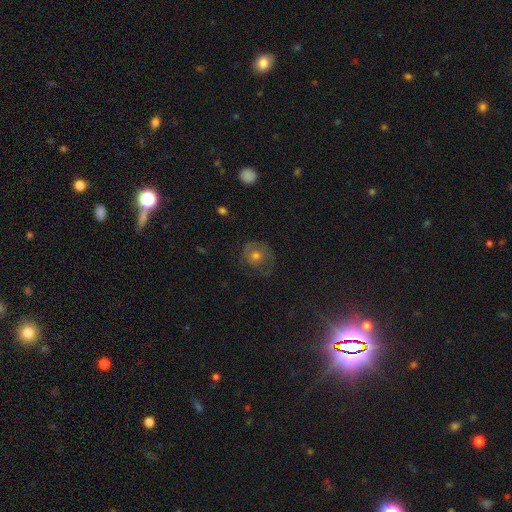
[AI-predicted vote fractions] smooth_or_featured: smooth (p=0.45) [alt: featured or disk p=0.44]
merging: none (p=0.61) [alt: minor disturbance p=0.22]